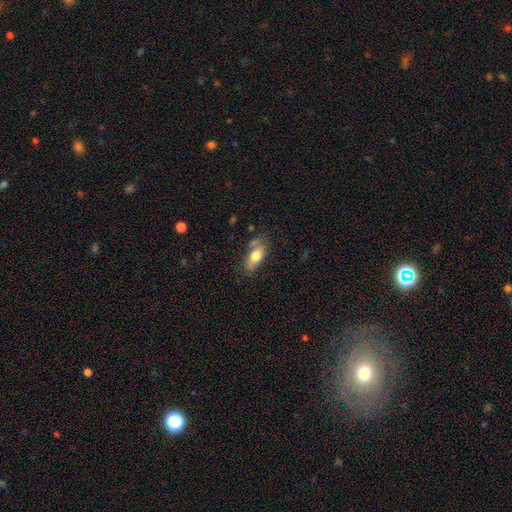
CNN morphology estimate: smooth_or_featured: smooth (p=0.72) [alt: featured or disk p=0.21]
how_rounded: in between (p=0.83) [alt: cigar-shaped p=0.12]
merging: none (p=0.58) [alt: minor disturbance p=0.27]